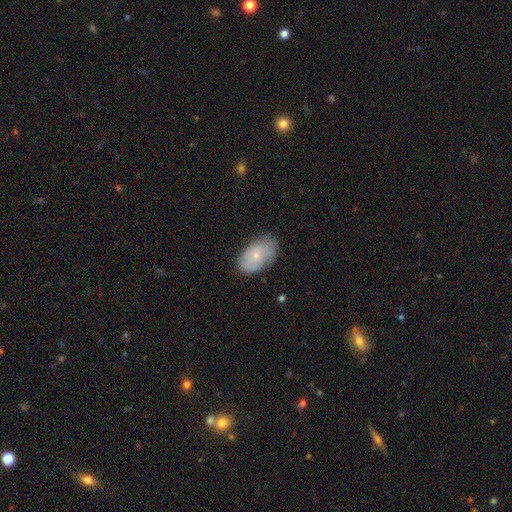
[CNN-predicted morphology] A smooth galaxy with no disk features (61%) that is in between round and cigar-shaped (92%).

Vote fractions:
- Smooth or featured? smooth: 61% / featured or disk: 32% / star or artifact: 7%
- How rounded? in between: 92% / round: 6% / cigar-shaped: 2%
- Merging? none: 73% / minor disturbance: 21% / major disturbance: 4% / merger: 1%